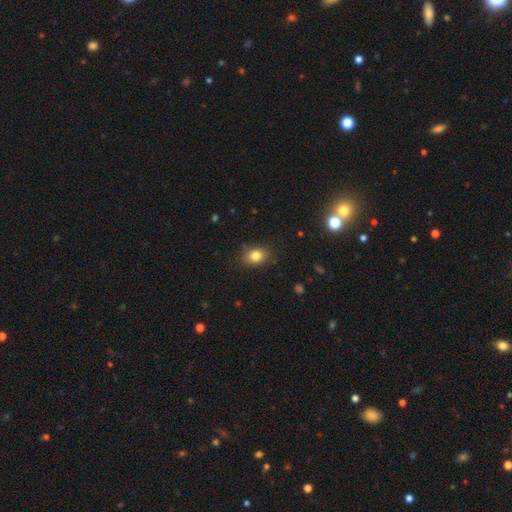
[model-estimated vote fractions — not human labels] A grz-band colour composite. It shows a smooth galaxy with no disk features (82%) that is in between round and cigar-shaped (58%). Merging: none (81%).